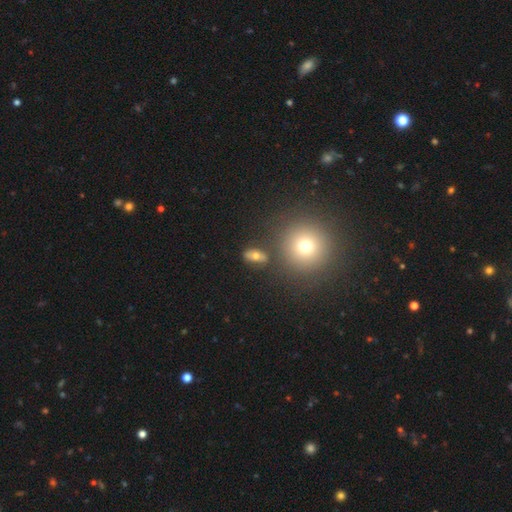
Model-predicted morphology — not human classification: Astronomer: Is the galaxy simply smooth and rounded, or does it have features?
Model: smooth — 62%.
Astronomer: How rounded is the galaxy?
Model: in between — 67%.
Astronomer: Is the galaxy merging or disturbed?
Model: none — 78%.